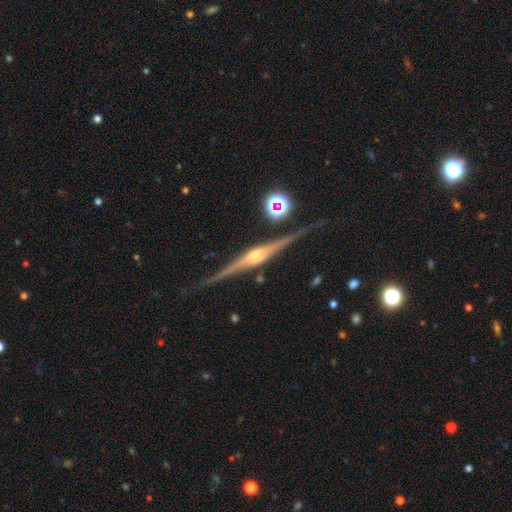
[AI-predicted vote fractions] Smooth or featured?
  - featured or disk: 87% *
  - smooth: 7%
  - star or artifact: 7%
Edge-on disk?
  - yes: 98% *
  - no: 2%
Edge-on bulge?
  - rounded: 84% *
  - boxy: 12%
  - none: 4%
Merging?
  - none: 85% *
  - minor disturbance: 11%
  - major disturbance: 2%
  - merger: 2%